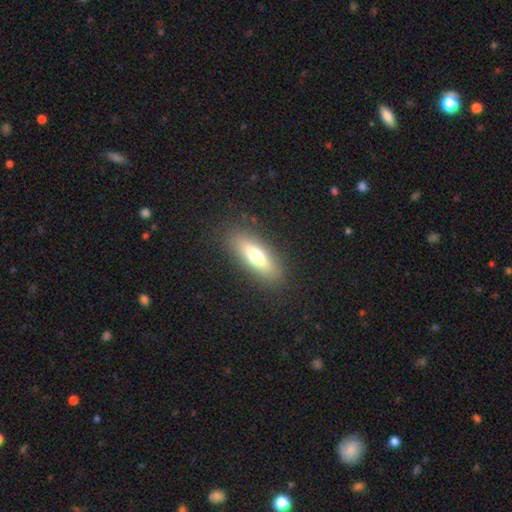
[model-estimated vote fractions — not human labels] Morphology: type=smooth (61%); roundness=in between (52%); merging=none (87%).